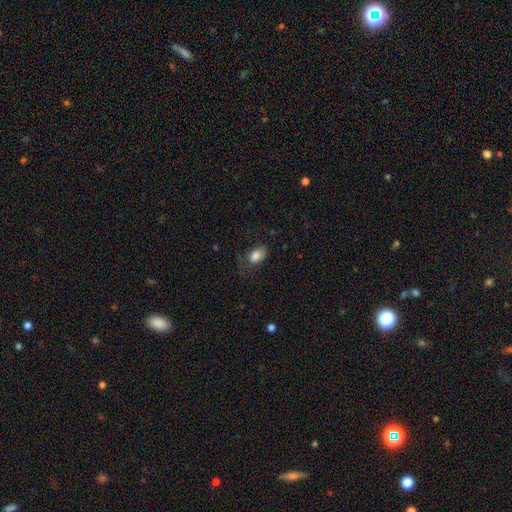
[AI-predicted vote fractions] This is clearly a smooth galaxy (83%). How rounded: clearly in between (82%). Merging: possibly none (54%).